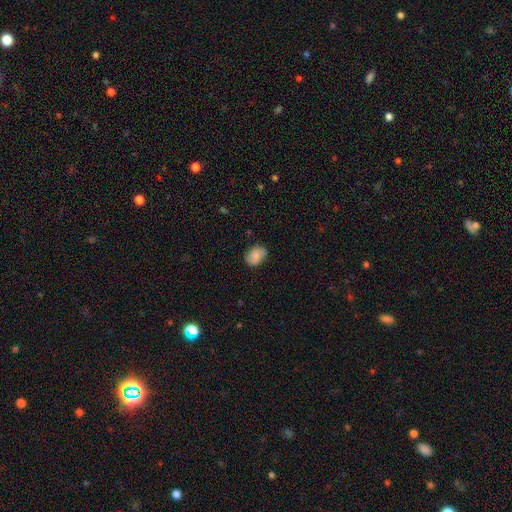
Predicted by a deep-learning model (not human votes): Smooth or featured? Predicted: smooth (p=0.70). How rounded? Predicted: in between (p=0.70). Merging? Predicted: none (p=0.77).